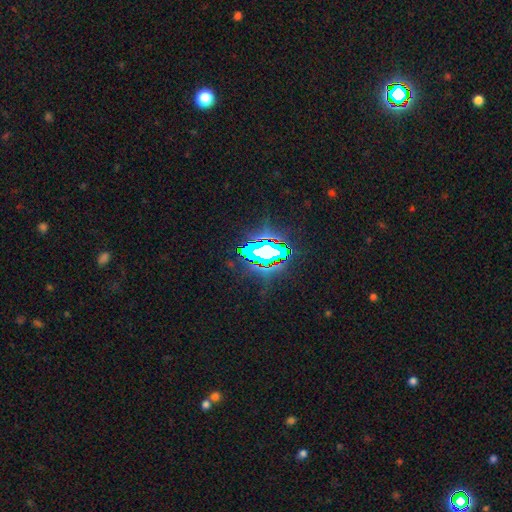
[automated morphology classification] Smooth or featured? star or artifact (75%)